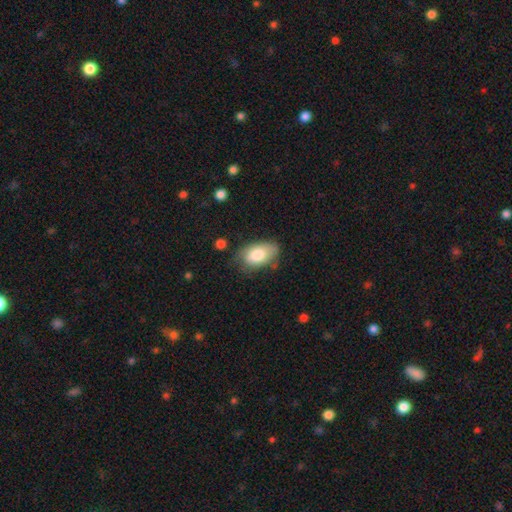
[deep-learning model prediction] smooth-or-featured: smooth: 80% | featured or disk: 14% | star or artifact: 6%
  how-rounded: in between: 93% | round: 5% | cigar-shaped: 2%
  merging: none: 61% | minor disturbance: 29% | major disturbance: 8% | merger: 3%